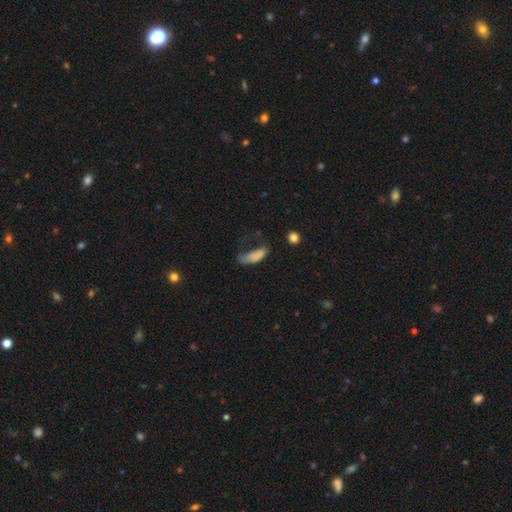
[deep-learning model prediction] Smooth or featured: smooth — 76% (featured or disk — 13%)
How rounded: in between — 70% (cigar-shaped — 26%)
Merging: major disturbance — 43% (none — 26%)